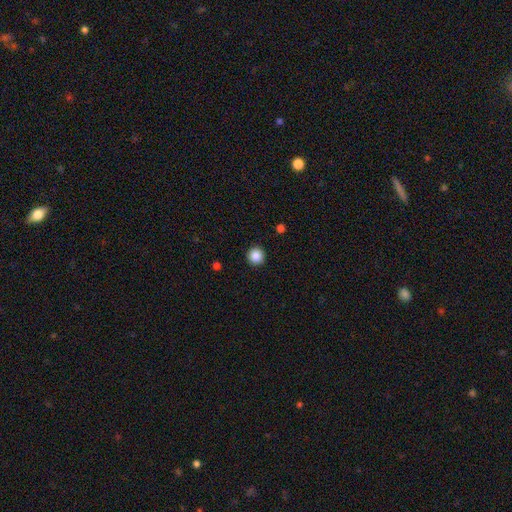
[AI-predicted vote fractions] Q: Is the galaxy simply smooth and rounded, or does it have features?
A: smooth — 87%.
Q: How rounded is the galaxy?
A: round — 96%.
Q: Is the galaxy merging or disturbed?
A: none — 93%.